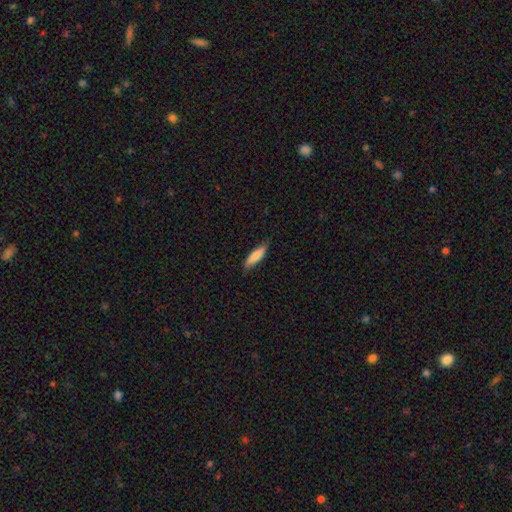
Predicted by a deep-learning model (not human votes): Overall: smooth (79%). How rounded: cigar-shaped (64%; in between 34%). Merging: none (84%).